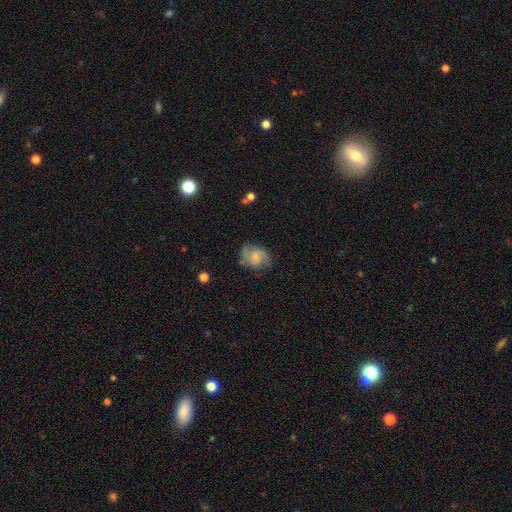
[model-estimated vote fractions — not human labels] Smooth or featured? Predicted: featured or disk (p=0.53). Edge-on disk? Predicted: no (p=0.97). Bar? Predicted: no (p=0.64). Spiral arms? Predicted: yes (p=0.86). Bulge size? Predicted: small (p=0.52). Merging? Predicted: none (p=0.69).